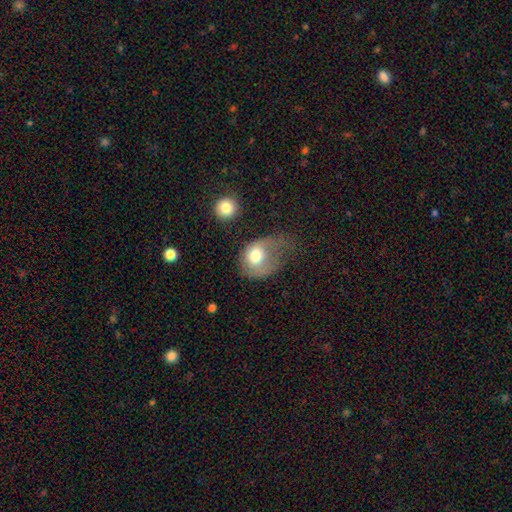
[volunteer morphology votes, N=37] smooth 84%, featured or disk 11%, star or artifact 5%. Down the decision tree: how rounded — in between (58%); merging — major disturbance (54%).